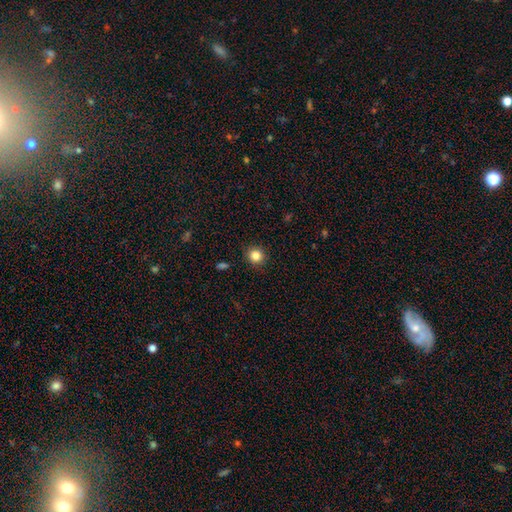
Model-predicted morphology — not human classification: The model was most divided on "smooth or featured": smooth: 84%, star or artifact: 11%, featured or disk: 5%. More confident: how rounded — round (91%); merging — none (91%).